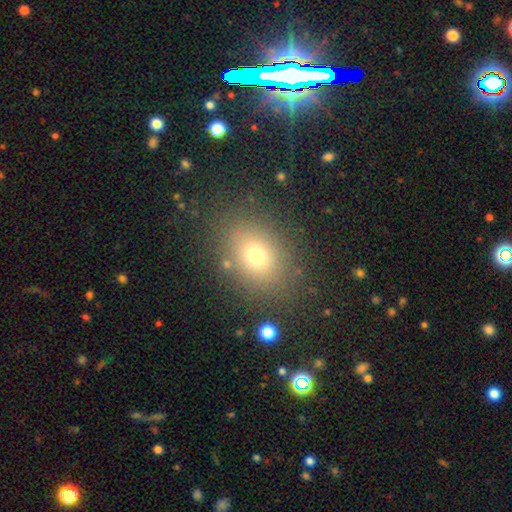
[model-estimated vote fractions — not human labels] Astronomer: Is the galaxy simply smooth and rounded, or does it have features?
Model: smooth — 68%.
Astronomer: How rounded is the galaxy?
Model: in between — 62% (runner-up: round, 37%).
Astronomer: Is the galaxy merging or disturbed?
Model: none — 84%.